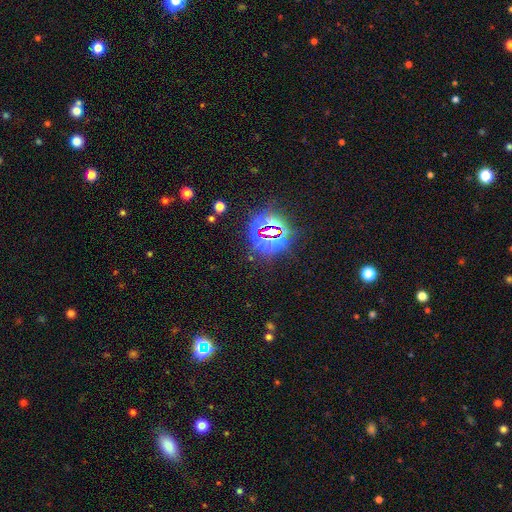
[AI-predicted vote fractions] A star or artifact, not a galaxy (78%).

Vote fractions:
- Smooth or featured? star or artifact: 78% / smooth: 16% / featured or disk: 7%